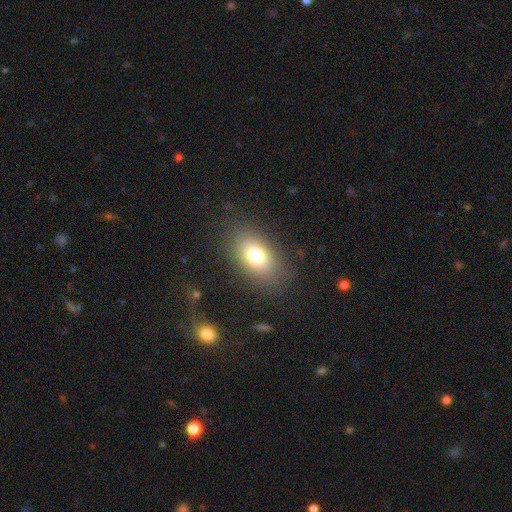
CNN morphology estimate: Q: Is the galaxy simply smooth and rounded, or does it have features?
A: smooth — 75%.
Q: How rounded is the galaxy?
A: in between — 84%.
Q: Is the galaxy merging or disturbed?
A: none — 83%.